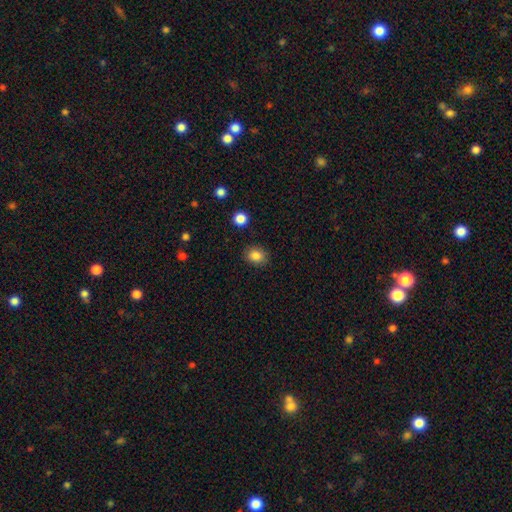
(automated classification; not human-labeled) The model was most divided on "how rounded": round: 56%, in between: 44%, cigar-shaped: 1%. More confident: merging — none (86%); smooth or featured — smooth (85%).